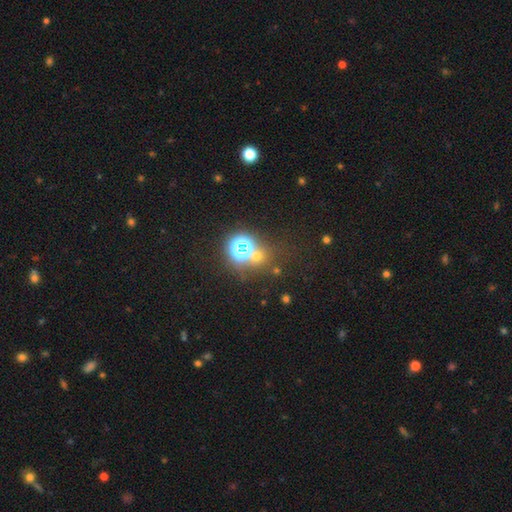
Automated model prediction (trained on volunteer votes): Overall: star or artifact (46%; smooth 45%).